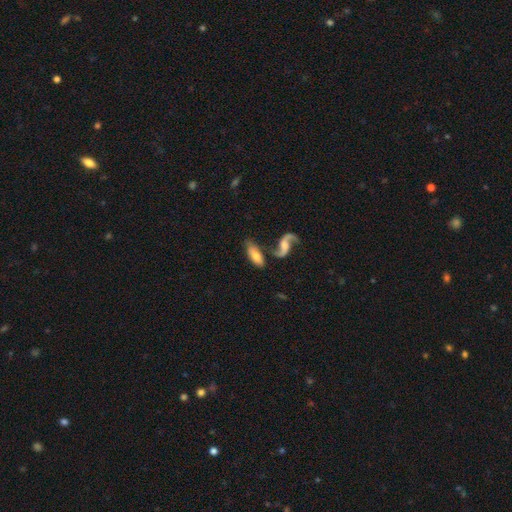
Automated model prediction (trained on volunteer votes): smooth 54%, featured or disk 39%, star or artifact 7%. Down the decision tree: how rounded — in between (73%); merging — none (51%).